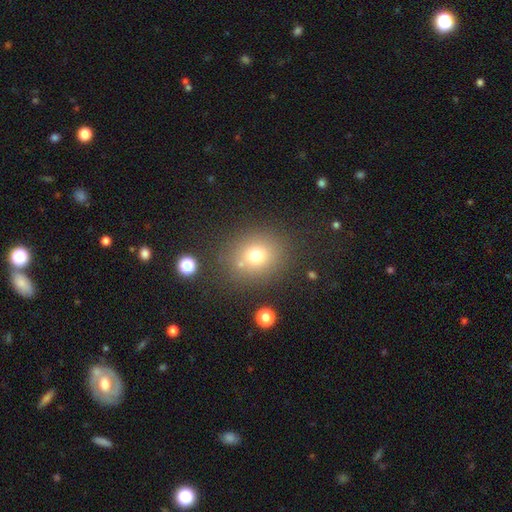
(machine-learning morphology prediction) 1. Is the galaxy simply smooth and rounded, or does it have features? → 72% smooth, 16% star or artifact, 11% featured or disk.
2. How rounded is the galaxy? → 76% round, 23% in between, 1% cigar-shaped.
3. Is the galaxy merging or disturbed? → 76% none, 11% minor disturbance, 8% merger, 5% major disturbance.